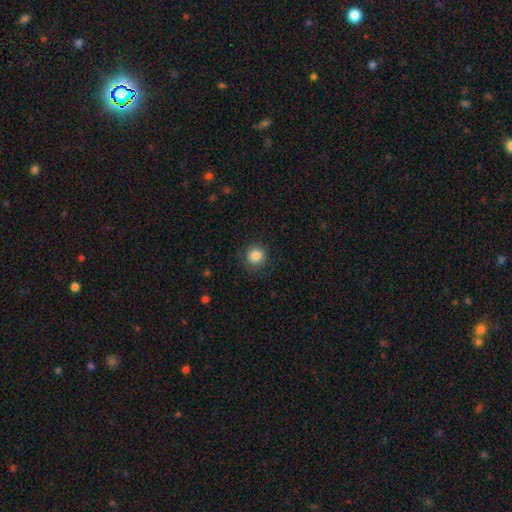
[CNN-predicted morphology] smooth_or_featured: smooth (p=0.83) [alt: star or artifact p=0.10]
how_rounded: round (p=0.91) [alt: in between p=0.08]
merging: none (p=0.82) [alt: minor disturbance p=0.12]